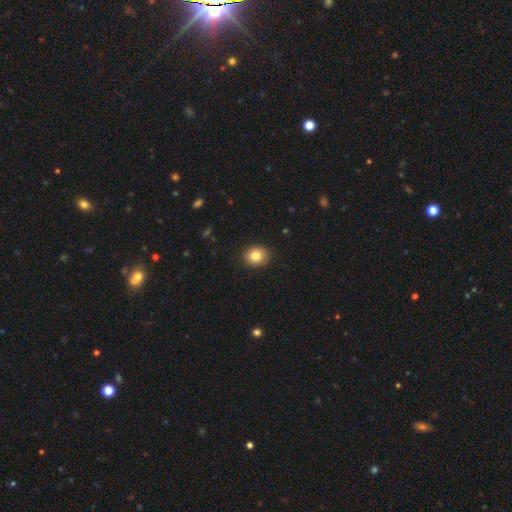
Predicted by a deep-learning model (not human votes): This is clearly a smooth galaxy (85%). How rounded: likely round (68%). Merging: clearly none (91%).